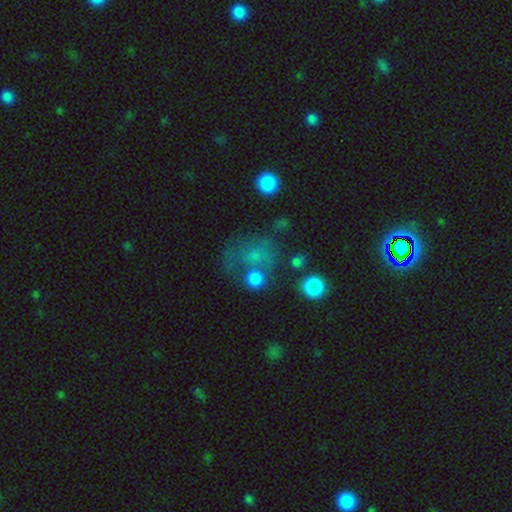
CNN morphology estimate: The model was most divided on "merging": none: 42%, major disturbance: 21%, merger: 20%, minor disturbance: 17%. More confident: how rounded — round (67%); smooth or featured — smooth (51%).